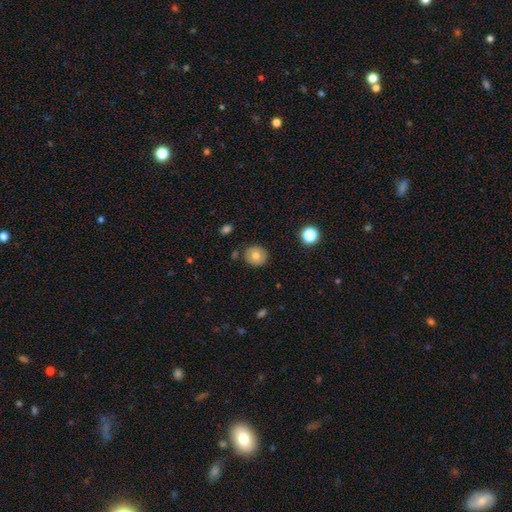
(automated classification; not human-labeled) The model was most divided on "smooth or featured": smooth: 73%, featured or disk: 18%, star or artifact: 9%. More confident: how rounded — round (85%); merging — none (85%).